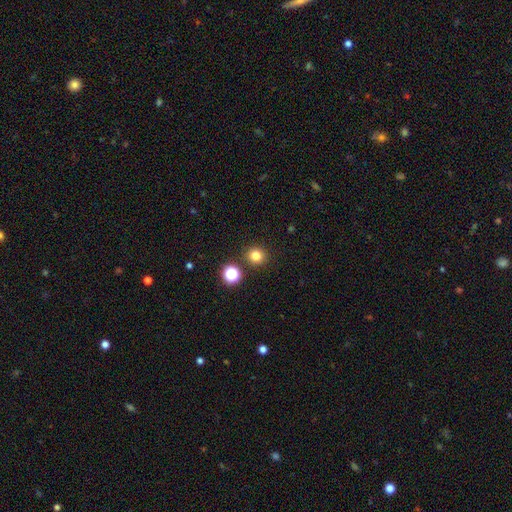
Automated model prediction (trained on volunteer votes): Smooth or featured?
  - smooth: 80% *
  - star or artifact: 15%
  - featured or disk: 5%
How rounded?
  - round: 92% *
  - in between: 7%
  - cigar-shaped: 1%
Merging?
  - none: 89% *
  - minor disturbance: 5%
  - merger: 4%
  - major disturbance: 2%